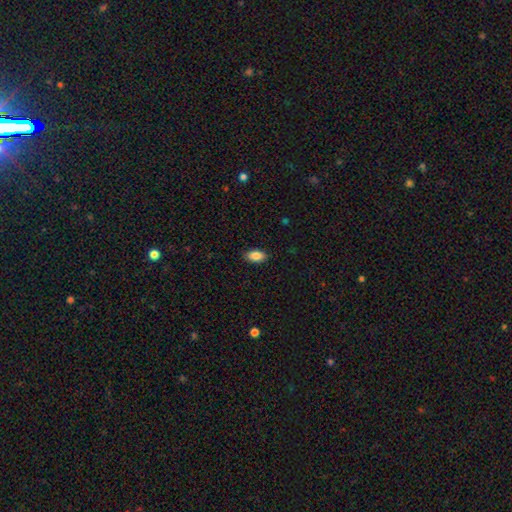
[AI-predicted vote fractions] The model was most divided on "merging": none: 88%, minor disturbance: 9%, major disturbance: 2%, merger: 1%. More confident: how rounded — in between (92%); smooth or featured — smooth (87%).